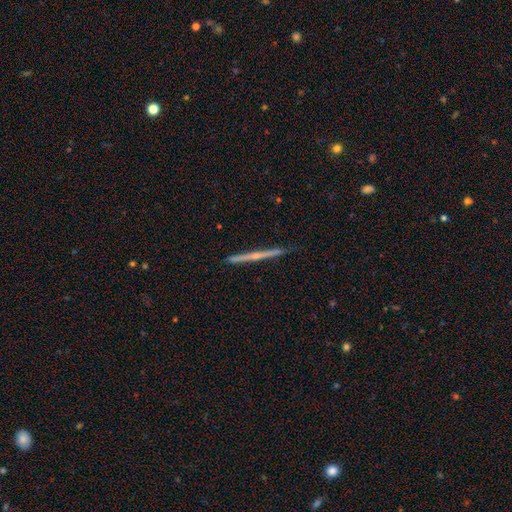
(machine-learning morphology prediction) featured or disk 69%, smooth 25%, star or artifact 6%. Down the decision tree: edge-on disk — yes (98%); edge-on bulge — none (50%); merging — none (91%).